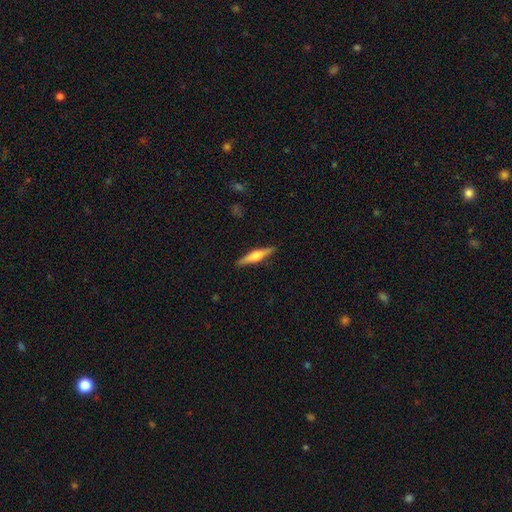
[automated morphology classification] smooth-or-featured: featured or disk: 54% | smooth: 41% | star or artifact: 6%
  disk-edge-on: yes: 97% | no: 3%
    edge-on-bulge: rounded: 87% | boxy: 8% | none: 5%
  merging: none: 90% | minor disturbance: 7% | major disturbance: 2% | merger: 1%